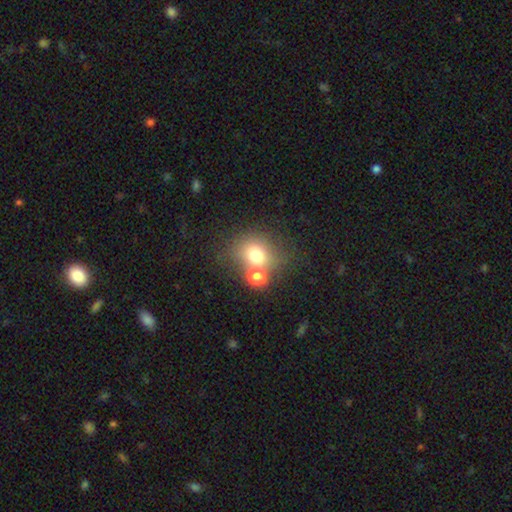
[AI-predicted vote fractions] This is likely a smooth galaxy (71%). How rounded: likely round (70%). Merging: possibly none (50%).